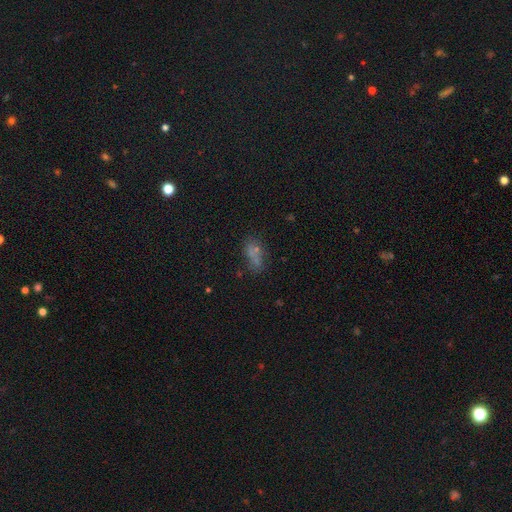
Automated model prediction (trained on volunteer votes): Smooth or featured: smooth — 57% (star or artifact — 24%)
How rounded: in between — 73% (round — 14%)
Merging: none — 51% (minor disturbance — 18%)